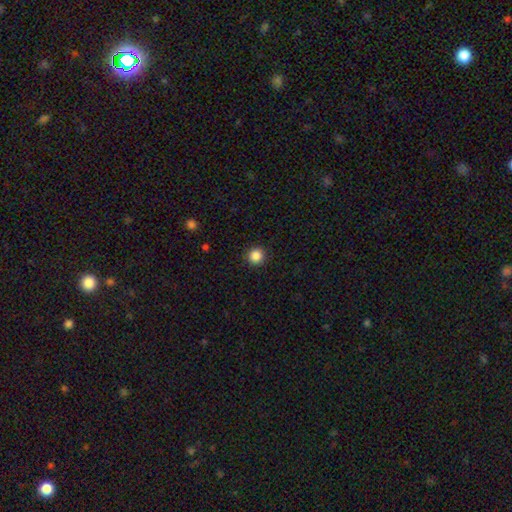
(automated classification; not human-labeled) This appears to be a smooth galaxy with no disk features (86%) that is round (95%). Merging: none (93%).